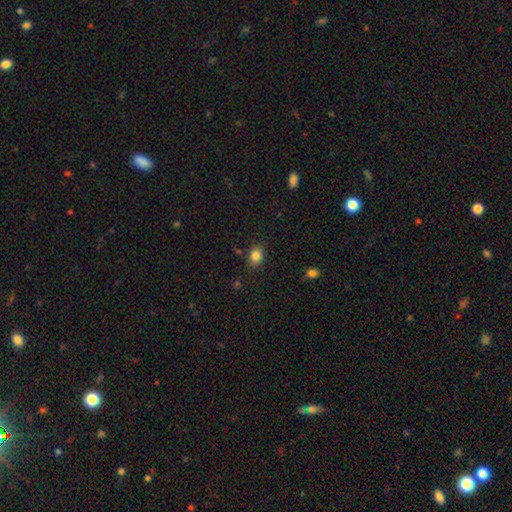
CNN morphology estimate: Overall: smooth (84%). How rounded: in between (65%; round 33%). Merging: none (83%).